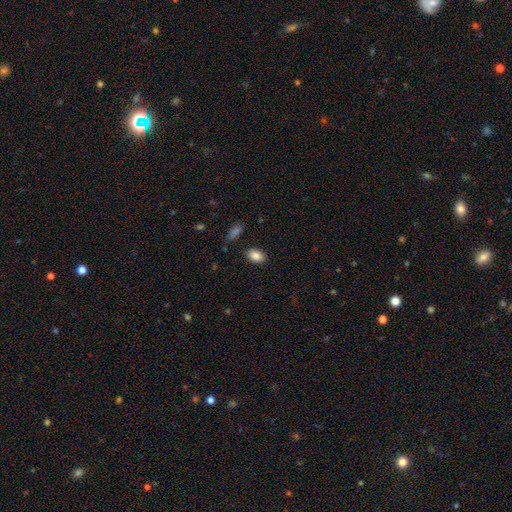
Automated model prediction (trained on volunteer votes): smooth-or-featured: smooth: 86% | star or artifact: 8% | featured or disk: 6%
  how-rounded: in between: 83% | round: 15% | cigar-shaped: 1%
  merging: none: 86% | minor disturbance: 10% | major disturbance: 3% | merger: 2%